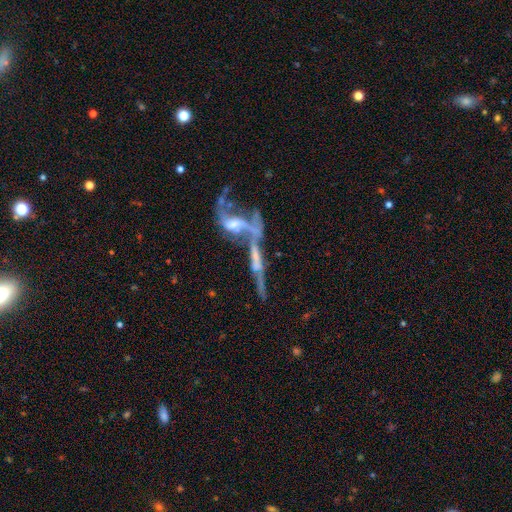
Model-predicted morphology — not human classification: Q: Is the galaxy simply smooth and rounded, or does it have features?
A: featured or disk — 75%.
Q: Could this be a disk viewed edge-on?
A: no — 68%.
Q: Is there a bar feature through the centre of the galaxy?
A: no — 55%.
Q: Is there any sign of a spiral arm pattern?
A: yes — 65%.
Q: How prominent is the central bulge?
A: moderate — 37%.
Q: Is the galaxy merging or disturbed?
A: merger — 61%.